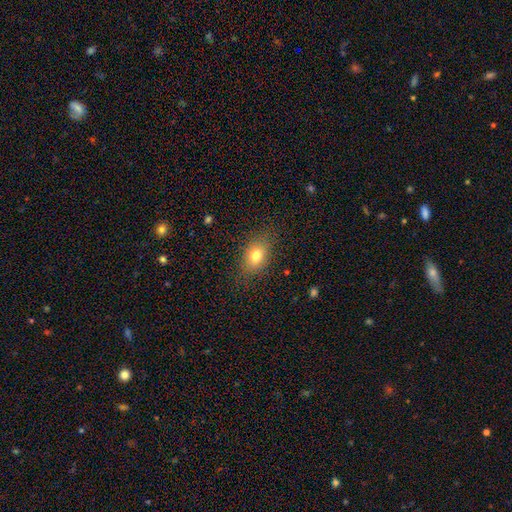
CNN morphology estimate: smooth_or_featured: smooth (p=0.77) [alt: featured or disk p=0.12]
how_rounded: in between (p=0.76) [alt: round p=0.21]
merging: none (p=0.83) [alt: minor disturbance p=0.12]